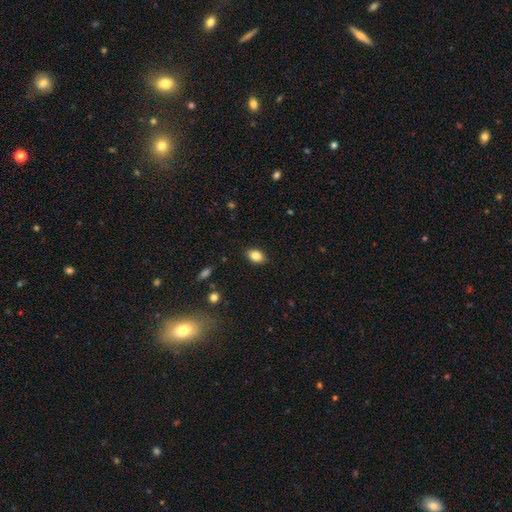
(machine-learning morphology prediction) The model was most divided on "how rounded": in between: 83%, round: 16%, cigar-shaped: 1%. More confident: merging — none (88%); smooth or featured — smooth (85%).